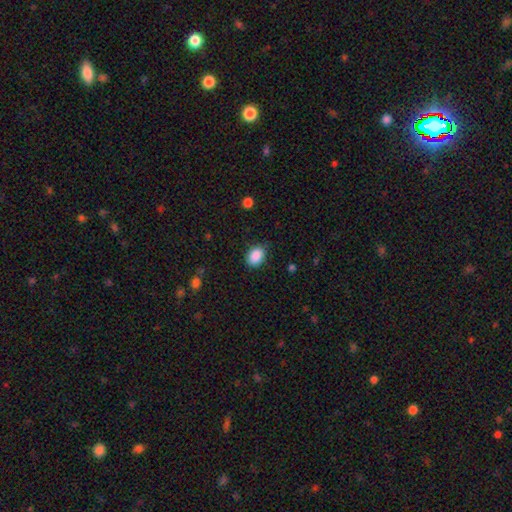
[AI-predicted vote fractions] Overall: smooth (89%). How rounded: in between (76%). Merging: none (81%).